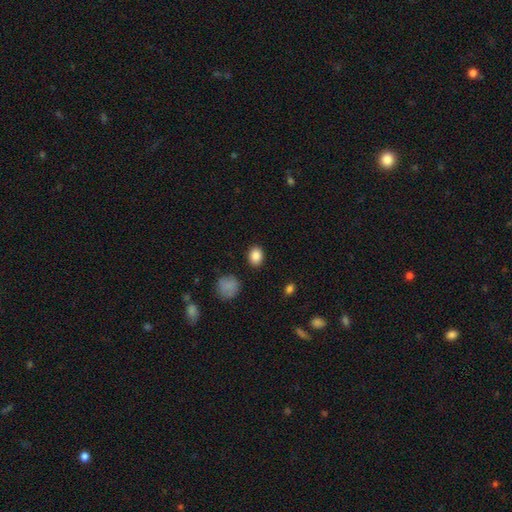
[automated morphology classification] smooth_or_featured: smooth (p=0.87) [alt: star or artifact p=0.09]
how_rounded: in between (p=0.55) [alt: round p=0.44]
merging: none (p=0.88) [alt: minor disturbance p=0.08]